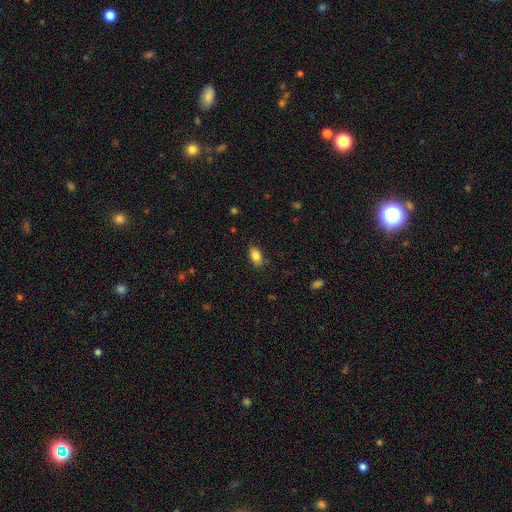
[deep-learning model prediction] smooth 85%, star or artifact 8%, featured or disk 6%. Down the decision tree: how rounded — in between (91%); merging — none (85%).